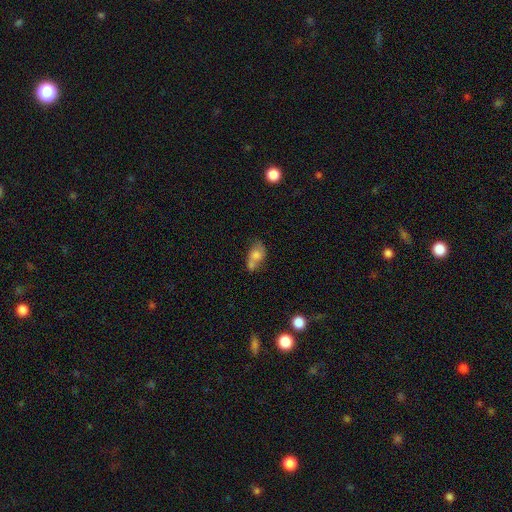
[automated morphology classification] Smooth or featured: smooth — 67% (featured or disk — 23%)
How rounded: in between — 72% (round — 25%)
Merging: merger — 48% (none — 29%)